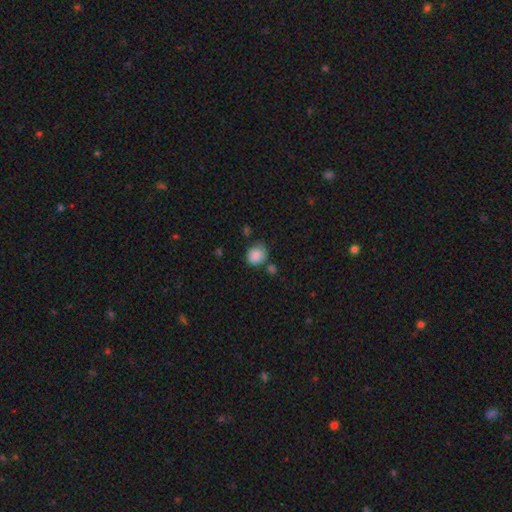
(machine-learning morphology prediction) A smooth galaxy with no disk features (85%) that is round (74%).

Vote fractions:
- Smooth or featured? smooth: 85% / star or artifact: 8% / featured or disk: 7%
- How rounded? round: 74% / in between: 25% / cigar-shaped: 1%
- Merging? none: 59% / minor disturbance: 24% / merger: 10% / major disturbance: 7%